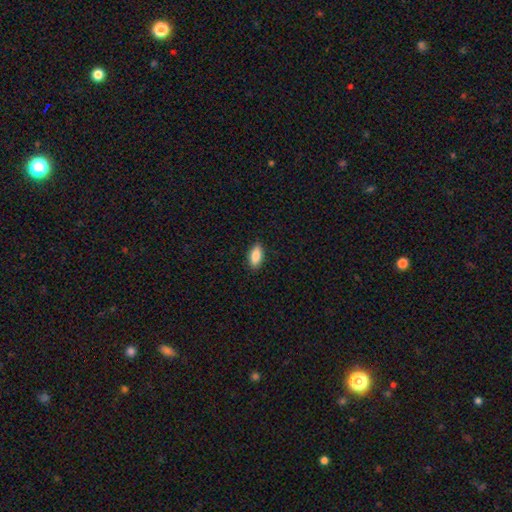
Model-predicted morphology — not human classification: type=smooth (85%); roundness=in between (87%); merging=none (89%).